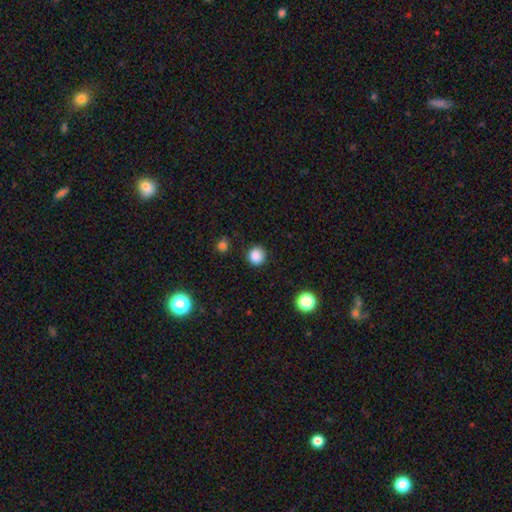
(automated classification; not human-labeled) Overall: smooth (86%). How rounded: round (93%). Merging: none (89%).